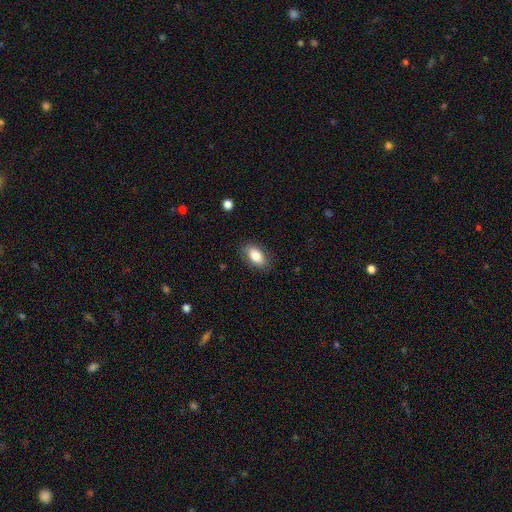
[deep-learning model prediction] Smooth or featured? Predicted: smooth (p=0.82). How rounded? Predicted: in between (p=0.92). Merging? Predicted: none (p=0.83).